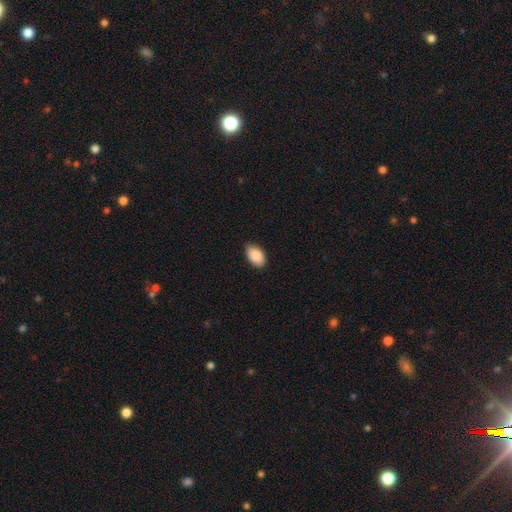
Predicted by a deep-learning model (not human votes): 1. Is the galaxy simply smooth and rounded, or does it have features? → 89% smooth, 7% star or artifact, 4% featured or disk.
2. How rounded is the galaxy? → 93% in between, 5% round, 1% cigar-shaped.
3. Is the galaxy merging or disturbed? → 84% none, 13% minor disturbance, 2% major disturbance, 1% merger.